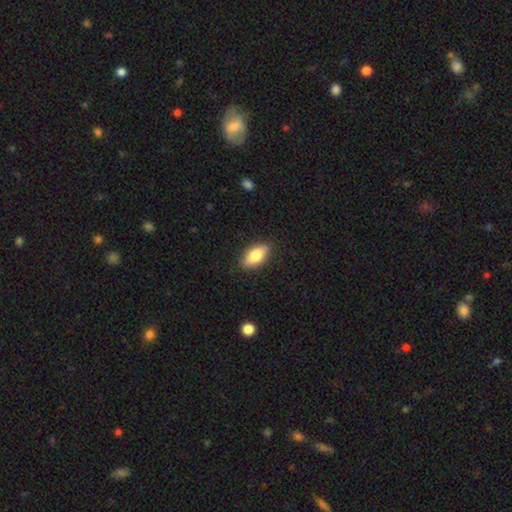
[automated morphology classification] smooth-or-featured: smooth: 78% | featured or disk: 15% | star or artifact: 7%
  how-rounded: in between: 88% | cigar-shaped: 9% | round: 4%
  merging: none: 87% | minor disturbance: 10% | major disturbance: 2% | merger: 1%